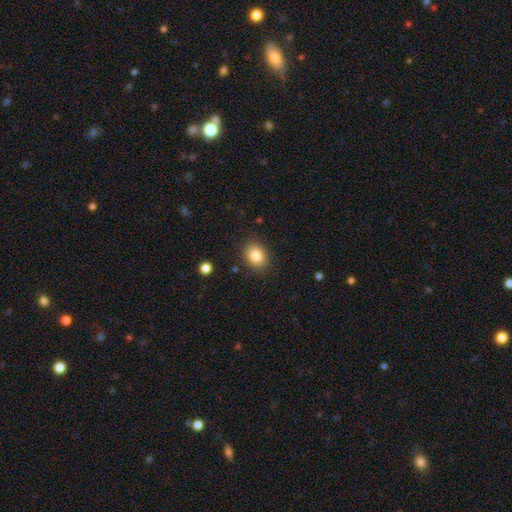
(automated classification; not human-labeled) A smooth galaxy with no disk features (84%) that is in between round and cigar-shaped (52%).

Vote fractions:
- Smooth or featured? smooth: 84% / star or artifact: 9% / featured or disk: 7%
- How rounded? in between: 52% / round: 47% / cigar-shaped: 1%
- Merging? none: 86% / minor disturbance: 10% / major disturbance: 3% / merger: 2%